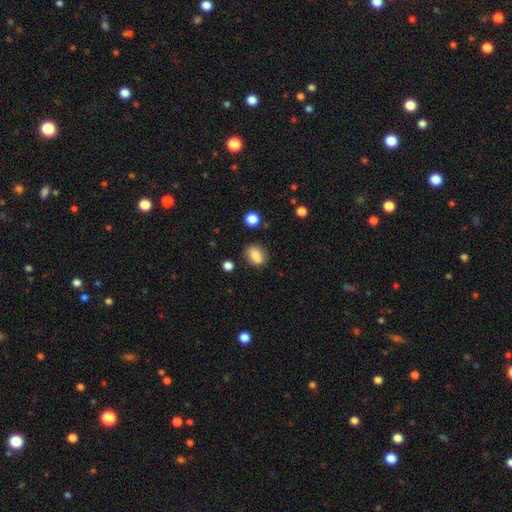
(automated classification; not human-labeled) smooth-or-featured: smooth: 79% | featured or disk: 11% | star or artifact: 10%
  how-rounded: in between: 60% | round: 37% | cigar-shaped: 2%
  merging: none: 65% | minor disturbance: 17% | merger: 14% | major disturbance: 5%